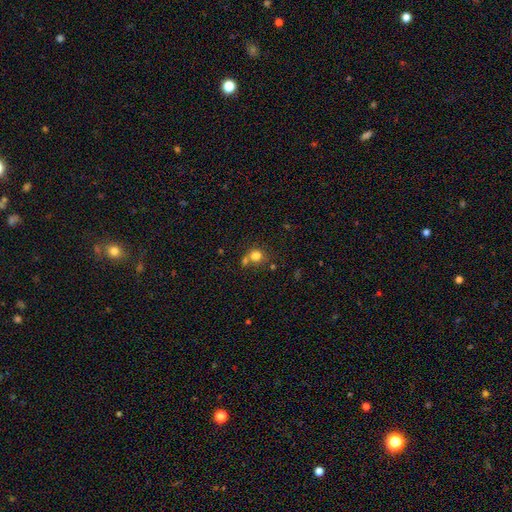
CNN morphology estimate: smooth 78%, star or artifact 13%, featured or disk 9%. Down the decision tree: how rounded — round (77%); merging — none (48%).